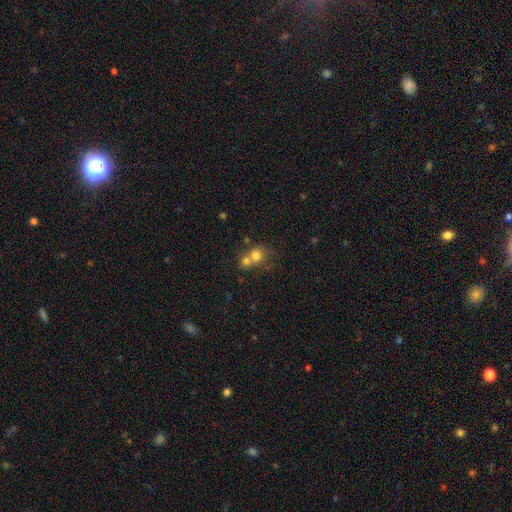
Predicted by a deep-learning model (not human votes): This is likely a smooth galaxy (72%). How rounded: likely round (79%). Merging: possibly merger (58%).